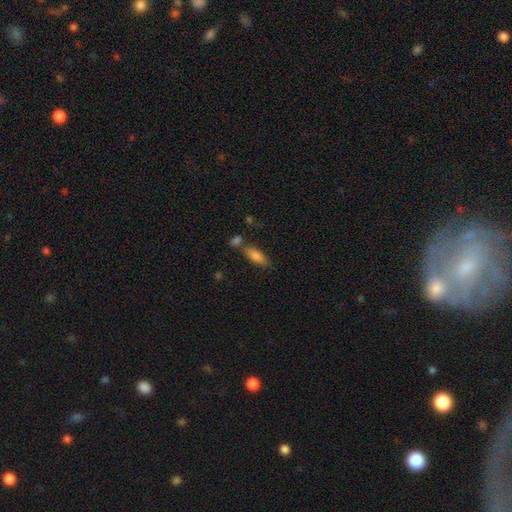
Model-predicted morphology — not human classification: Q: Smooth or featured?
A: smooth (81%); runner-up: featured or disk (11%)
Q: How rounded?
A: in between (76%); runner-up: cigar-shaped (21%)
Q: Merging?
A: none (60%); runner-up: merger (23%)